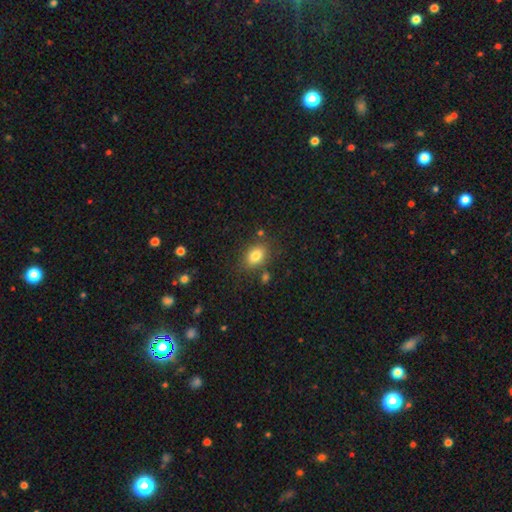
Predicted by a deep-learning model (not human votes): smooth 82%, star or artifact 10%, featured or disk 8%. Down the decision tree: how rounded — in between (76%); merging — none (76%).